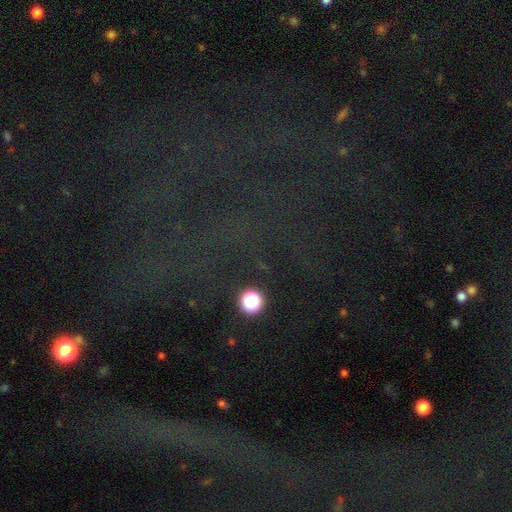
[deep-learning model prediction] Smooth or featured? star or artifact (67%)